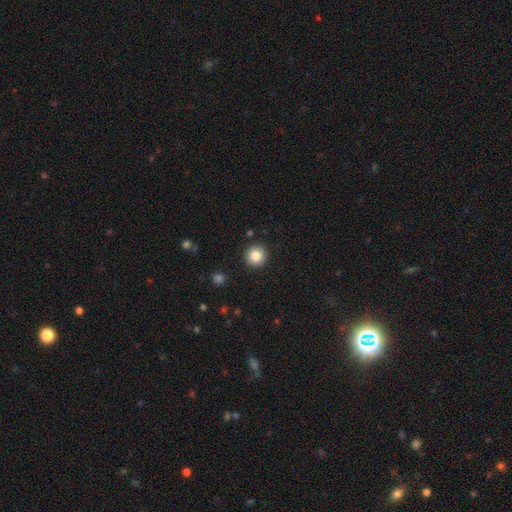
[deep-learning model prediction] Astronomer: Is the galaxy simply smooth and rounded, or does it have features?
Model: smooth — 85%.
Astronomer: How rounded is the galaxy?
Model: round — 94%.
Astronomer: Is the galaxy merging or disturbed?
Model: none — 91%.